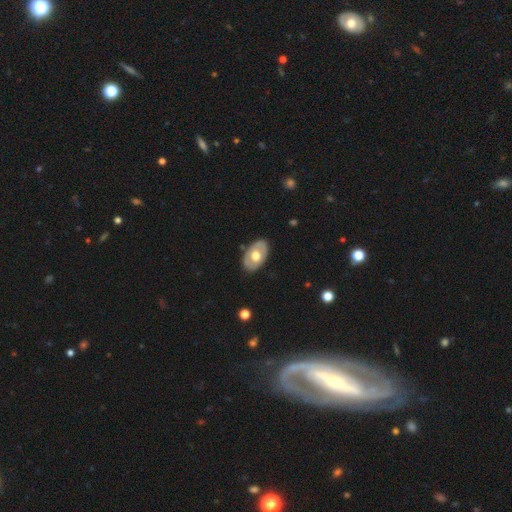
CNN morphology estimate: This appears to be a featured or disk galaxy (49%). Merging: none (82%).